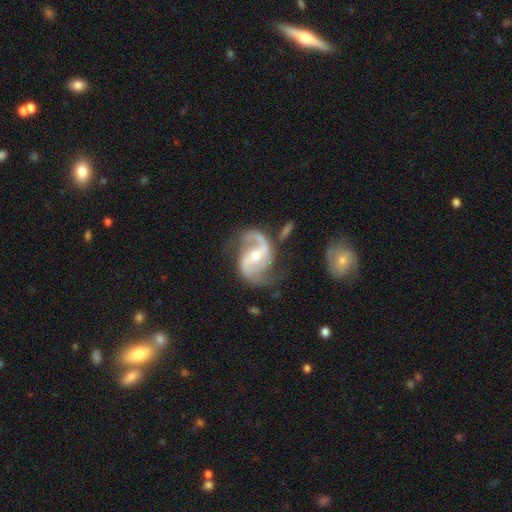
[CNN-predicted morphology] smooth_or_featured: featured or disk (p=0.92) [alt: star or artifact p=0.05]
disk_edge_on: no (p=0.98) [alt: yes p=0.02]
bar: weak (p=0.41) [alt: no p=0.30]
has_spiral_arms: yes (p=0.98) [alt: no p=0.02]
spiral_winding: medium (p=0.52) [alt: loose p=0.36]
spiral_arm_count: 2 (p=0.93) [alt: can't tell p=0.02]
bulge_size: moderate (p=0.52) [alt: small p=0.44]
merging: none (p=0.69) [alt: minor disturbance p=0.18]